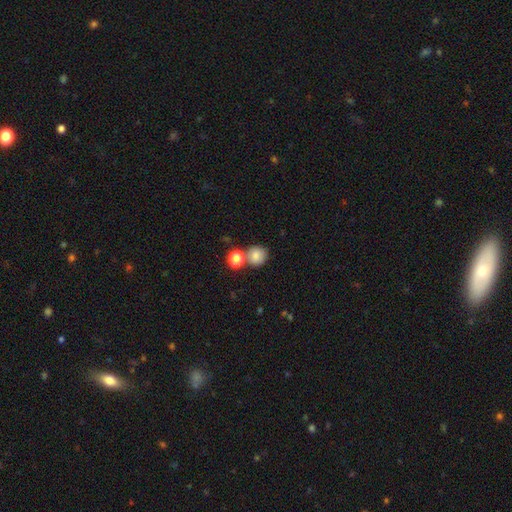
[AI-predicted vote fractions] Smooth or featured? smooth (81%)
How rounded? round (86%)
Merging? none (61%)